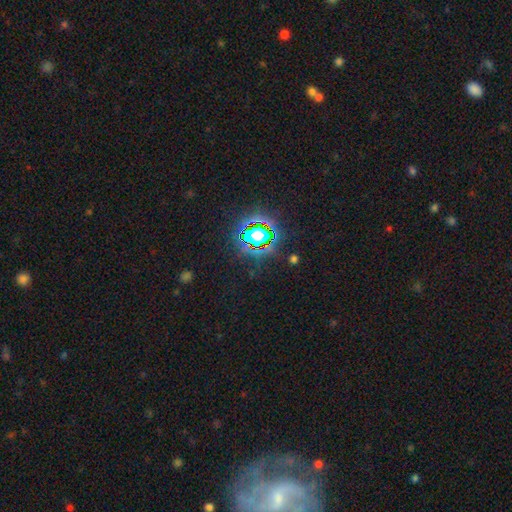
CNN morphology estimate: A star or artifact, not a galaxy (78%).